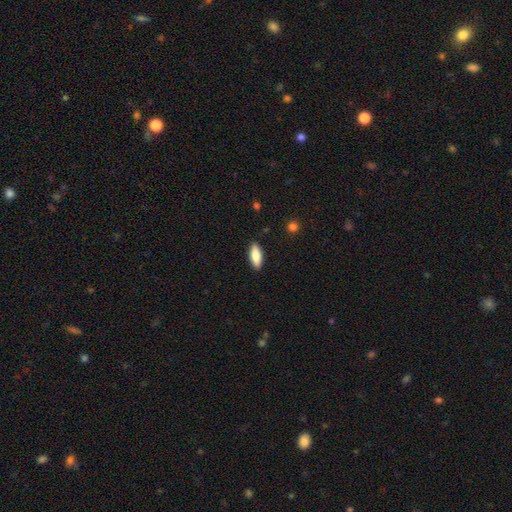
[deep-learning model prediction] This appears to be a smooth galaxy with no disk features (81%) that is in between round and cigar-shaped (68%). Merging: none (89%).